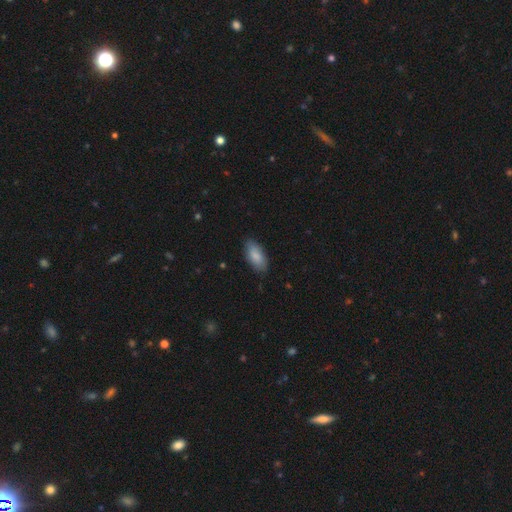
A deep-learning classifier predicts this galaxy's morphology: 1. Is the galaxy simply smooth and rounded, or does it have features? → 86% smooth, 8% featured or disk, 6% star or artifact.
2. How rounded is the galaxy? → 89% in between, 9% cigar-shaped, 2% round.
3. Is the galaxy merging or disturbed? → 83% none, 13% minor disturbance, 3% major disturbance, 1% merger.